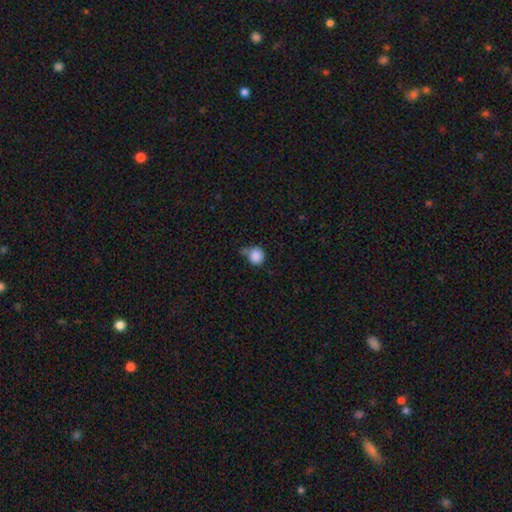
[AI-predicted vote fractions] This is clearly a smooth galaxy (87%). How rounded: clearly round (89%). Merging: possibly none (51%).